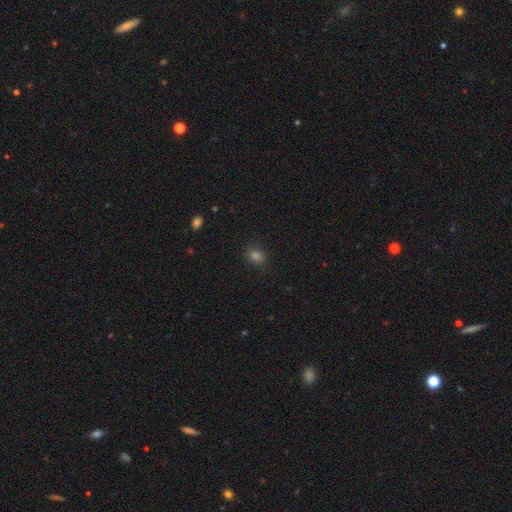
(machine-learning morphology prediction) Smooth or featured?
  - smooth: 77% *
  - star or artifact: 18%
  - featured or disk: 5%
How rounded?
  - in between: 61% *
  - round: 38%
  - cigar-shaped: 2%
Merging?
  - none: 87% *
  - minor disturbance: 9%
  - major disturbance: 3%
  - merger: 1%